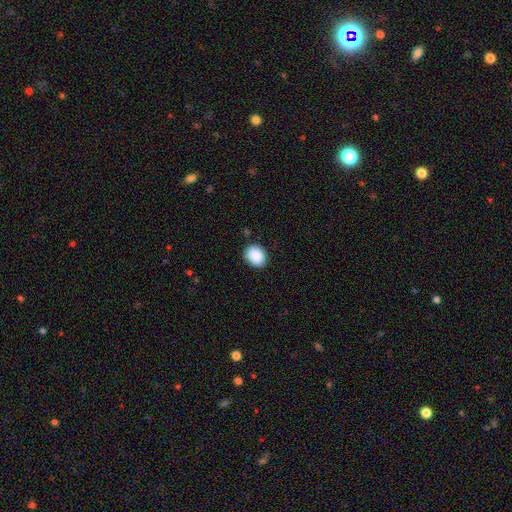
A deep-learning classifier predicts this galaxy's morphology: Overall: smooth (90%). How rounded: in between (51%; round 48%). Merging: none (87%).